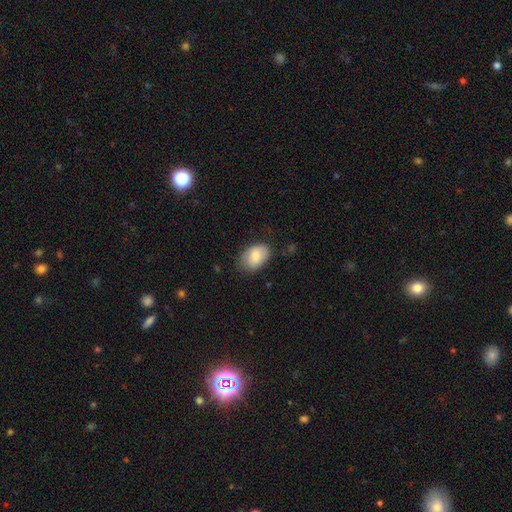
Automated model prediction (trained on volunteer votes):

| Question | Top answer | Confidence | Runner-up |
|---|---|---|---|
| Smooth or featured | smooth | 81% | featured or disk (12%) |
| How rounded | in between | 87% | round (12%) |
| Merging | none | 71% | minor disturbance (23%) |